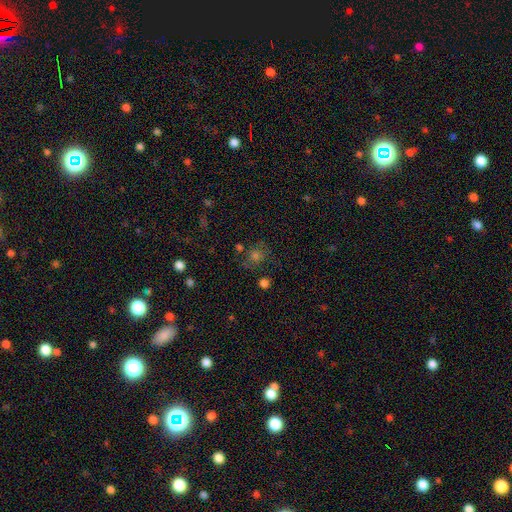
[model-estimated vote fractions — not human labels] Overall: smooth (48%; star or artifact 33%). Merging: none (68%).